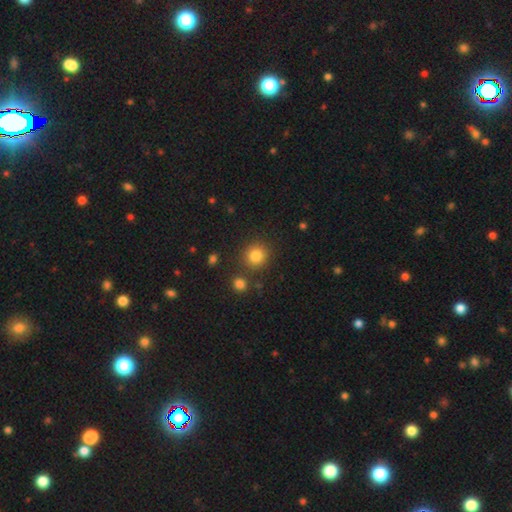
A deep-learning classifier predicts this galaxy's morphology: smooth_or_featured: smooth (p=0.83) [alt: star or artifact p=0.12]
how_rounded: round (p=0.89) [alt: in between p=0.10]
merging: none (p=0.84) [alt: minor disturbance p=0.07]